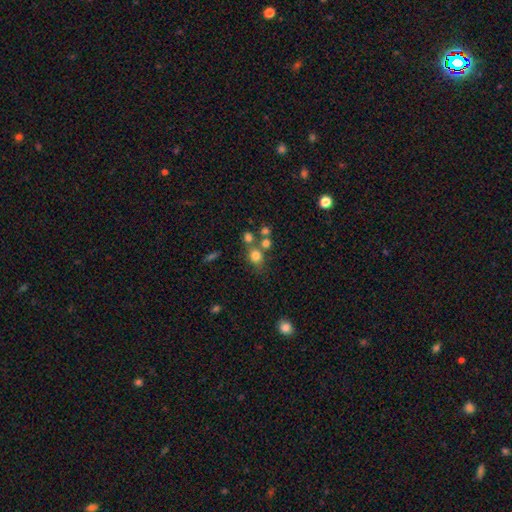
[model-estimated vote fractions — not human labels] This is likely a smooth galaxy (75%). How rounded: likely round (75%). Merging: possibly none (59%).